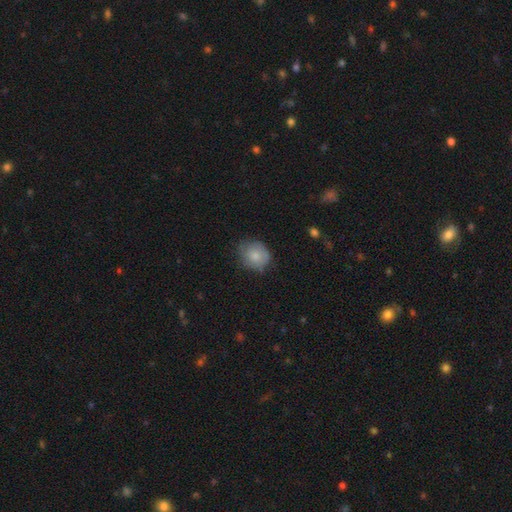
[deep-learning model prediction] Morphology: type=smooth (73%); roundness=round (73%); merging=none (62%).